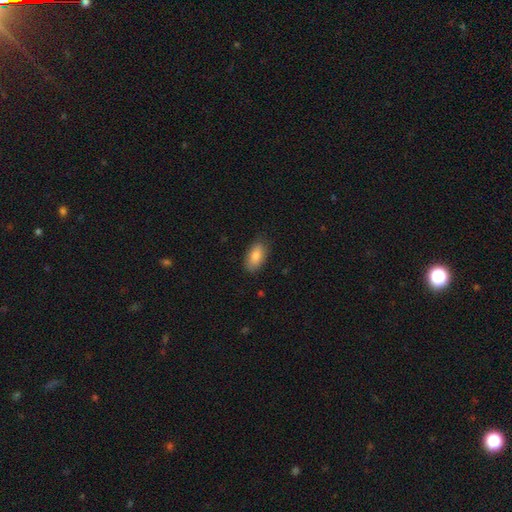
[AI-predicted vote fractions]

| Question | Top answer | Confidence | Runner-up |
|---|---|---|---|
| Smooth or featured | smooth | 86% | featured or disk (8%) |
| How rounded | in between | 91% | cigar-shaped (6%) |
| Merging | none | 82% | minor disturbance (14%) |